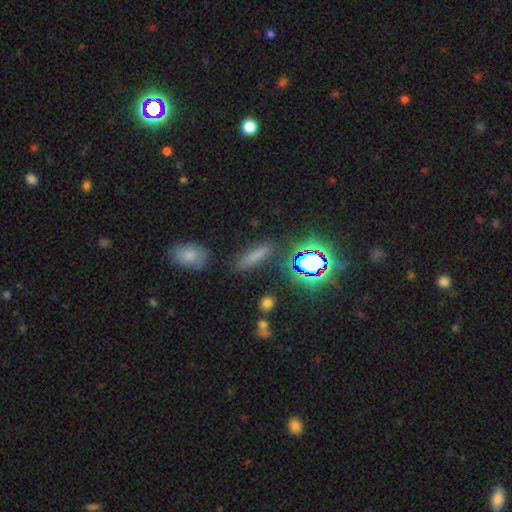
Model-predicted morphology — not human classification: Overall: smooth (70%). How rounded: cigar-shaped (73%). Merging: none (84%).